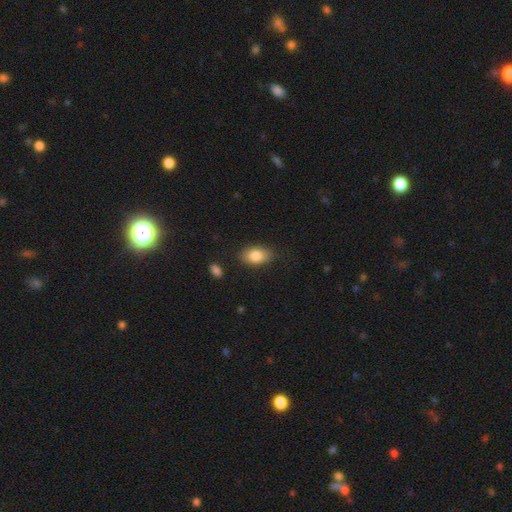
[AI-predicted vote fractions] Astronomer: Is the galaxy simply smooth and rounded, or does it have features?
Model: smooth — 84%.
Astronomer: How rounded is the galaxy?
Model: in between — 89%.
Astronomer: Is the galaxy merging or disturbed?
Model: none — 82%.